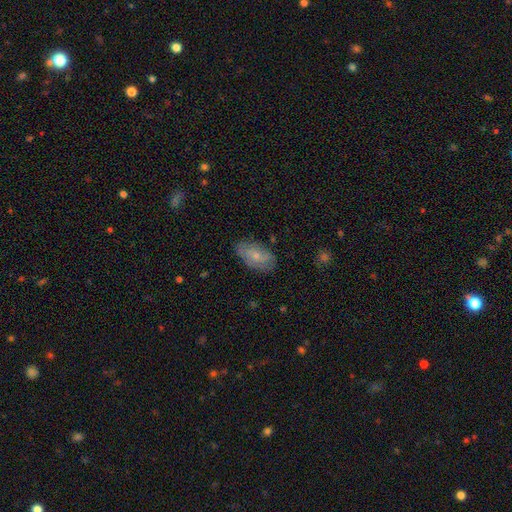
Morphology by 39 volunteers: Smooth or featured?
  - featured or disk: 51% *
  - smooth: 46%
  - star or artifact: 3%
Edge-on disk?
  - no: 95% *
  - yes: 5%
Bar?
  - no: 84% *
  - weak: 11%
  - strong: 5%
Spiral arms?
  - yes: 68% *
  - no: 32%
Spiral winding?
  - tight: 69% *
  - medium: 31%
  - loose: 0%
Spiral arm count?
  - can't tell: 62% *
  - 2: 31%
  - 3: 8%
  - 1: 0%
  - 4: 0%
  - more than 4: 0%
Bulge size?
  - small: 63% *
  - moderate: 37%
  - dominant: 0%
  - large: 0%
  - none: 0%
Merging?
  - none: 95% *
  - minor disturbance: 3%
  - major disturbance: 3%
  - merger: 0%